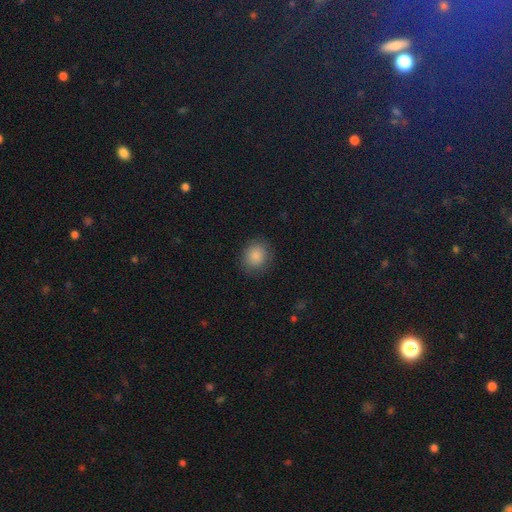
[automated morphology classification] Smooth or featured? Predicted: smooth (p=0.87). How rounded? Predicted: round (p=0.76). Merging? Predicted: none (p=0.86).